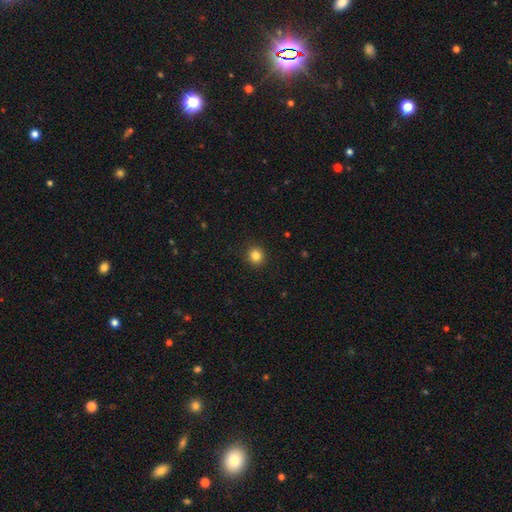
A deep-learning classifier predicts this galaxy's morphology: This appears to be a smooth galaxy with no disk features (83%) that is round (94%). Merging: none (93%).